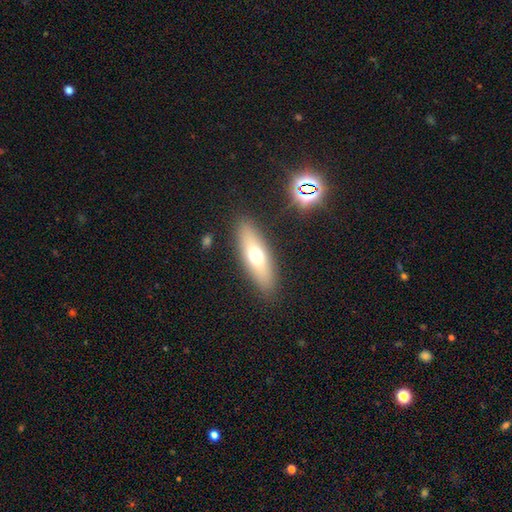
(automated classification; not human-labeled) Overall: smooth (61%; featured or disk 30%). How rounded: in between (54%; cigar-shaped 43%). Merging: none (87%).